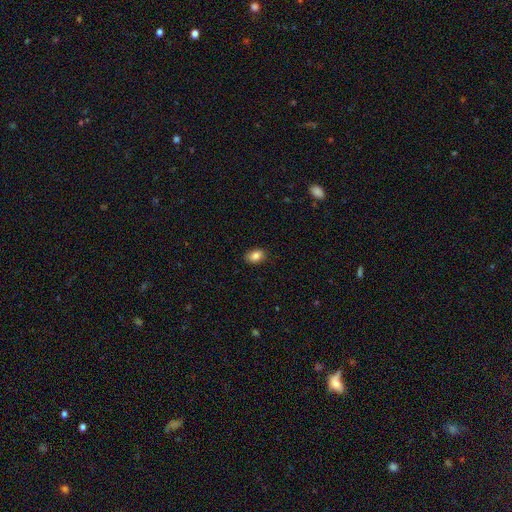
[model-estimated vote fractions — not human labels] This is clearly a smooth galaxy (86%). How rounded: clearly in between (84%). Merging: clearly none (87%).